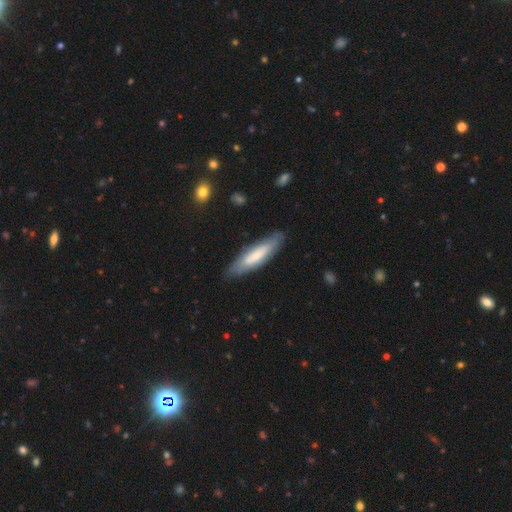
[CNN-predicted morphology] smooth_or_featured: smooth (p=0.60) [alt: featured or disk p=0.35]
how_rounded: cigar-shaped (p=0.71) [alt: in between p=0.27]
merging: none (p=0.82) [alt: minor disturbance p=0.14]